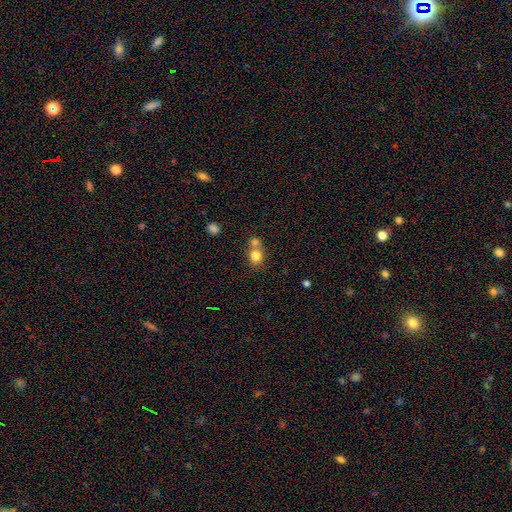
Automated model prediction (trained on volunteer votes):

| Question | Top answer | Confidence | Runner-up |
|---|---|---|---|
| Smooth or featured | smooth | 80% | star or artifact (11%) |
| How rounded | round | 76% | in between (23%) |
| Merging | merger | 48% | none (42%) |